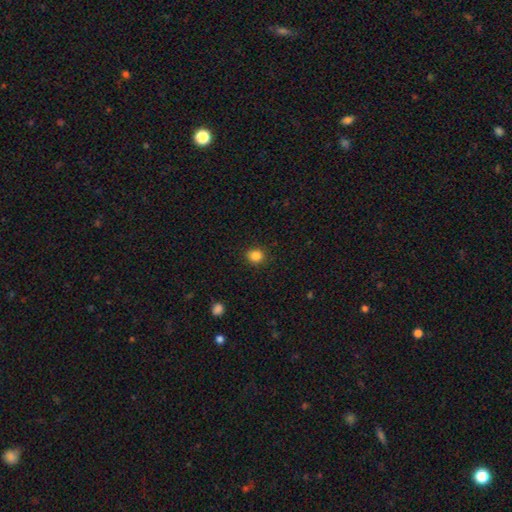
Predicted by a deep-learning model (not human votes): Overall: smooth (84%). How rounded: round (82%). Merging: none (90%).